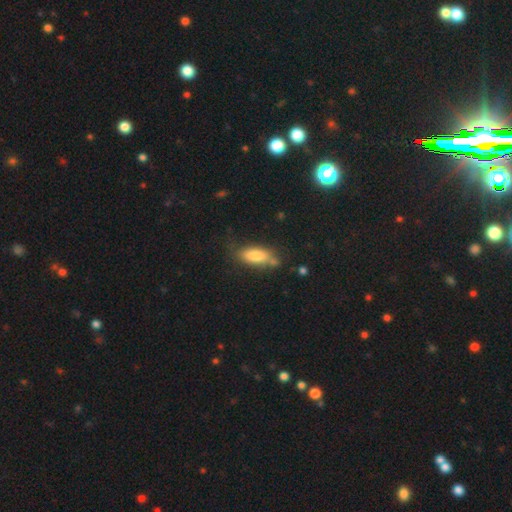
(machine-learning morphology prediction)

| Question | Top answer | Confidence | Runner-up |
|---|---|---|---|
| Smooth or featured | smooth | 77% | featured or disk (15%) |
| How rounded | in between | 72% | cigar-shaped (25%) |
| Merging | none | 63% | minor disturbance (24%) |